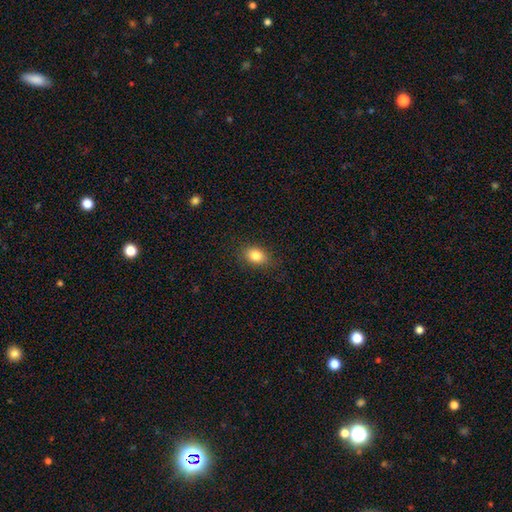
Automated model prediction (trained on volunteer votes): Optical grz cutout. It shows a smooth galaxy with no disk features (84%) that is in between round and cigar-shaped (72%). Merging: none (85%).